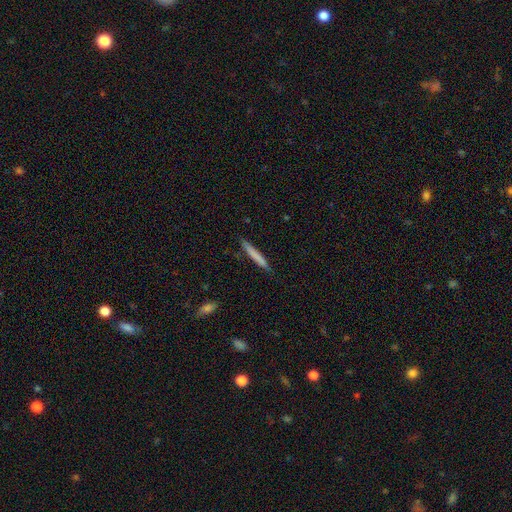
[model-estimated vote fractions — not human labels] The model was most divided on "smooth or featured": smooth: 73%, featured or disk: 22%, star or artifact: 5%. More confident: how rounded — cigar-shaped (96%); merging — none (88%).